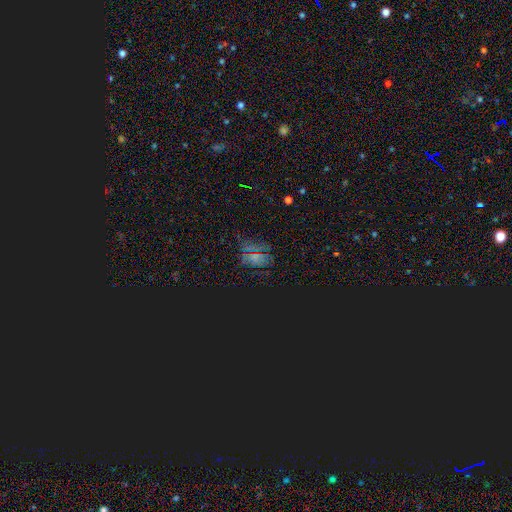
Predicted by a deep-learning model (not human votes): This appears to be a star or artifact, not a galaxy (58%).